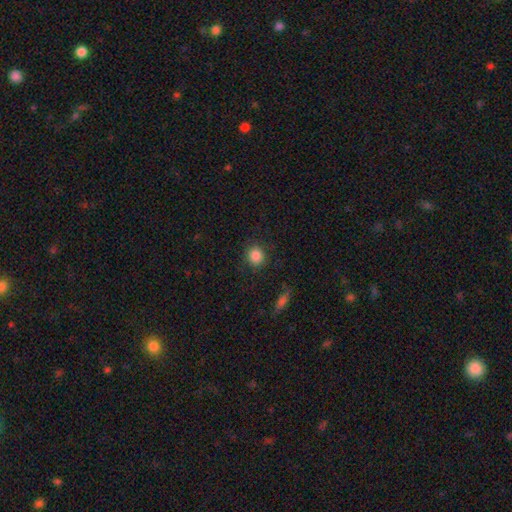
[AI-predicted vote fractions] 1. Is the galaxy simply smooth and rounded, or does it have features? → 86% smooth, 10% star or artifact, 4% featured or disk.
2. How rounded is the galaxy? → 88% round, 11% in between, 1% cigar-shaped.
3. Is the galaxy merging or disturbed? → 87% none, 8% minor disturbance, 3% major disturbance, 1% merger.